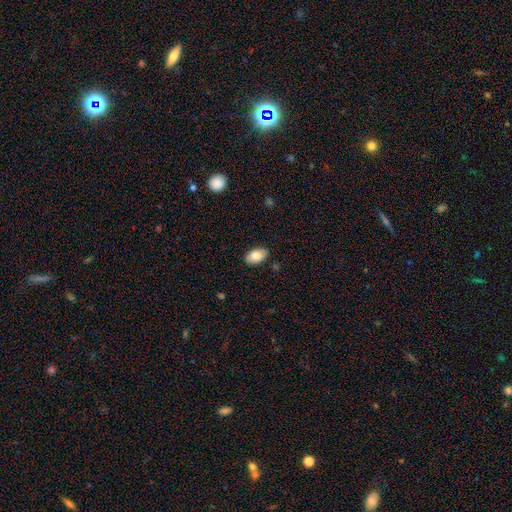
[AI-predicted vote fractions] Q: Smooth or featured?
A: smooth (81%); runner-up: featured or disk (12%)
Q: How rounded?
A: in between (92%); runner-up: round (6%)
Q: Merging?
A: none (87%); runner-up: minor disturbance (10%)